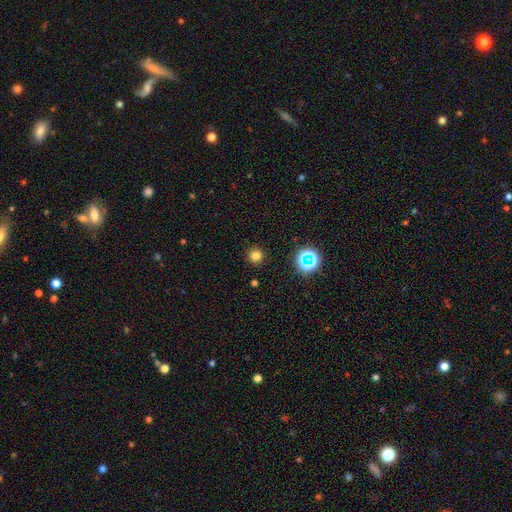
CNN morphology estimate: A smooth galaxy with no disk features (76%) that is round (95%). Merging: none (91%).